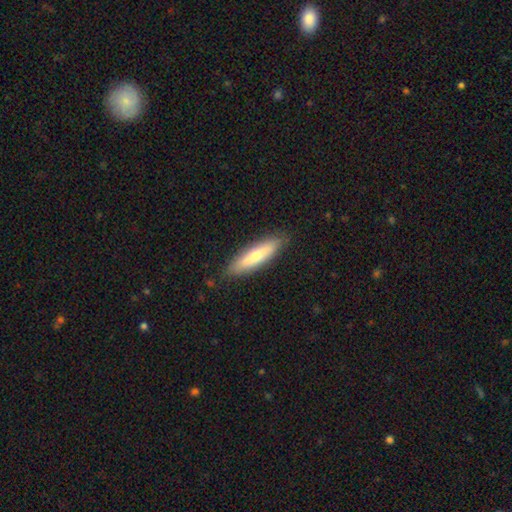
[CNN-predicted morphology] Q: Smooth or featured?
A: smooth (67%); runner-up: featured or disk (27%)
Q: How rounded?
A: cigar-shaped (77%); runner-up: in between (22%)
Q: Merging?
A: none (87%); runner-up: minor disturbance (10%)